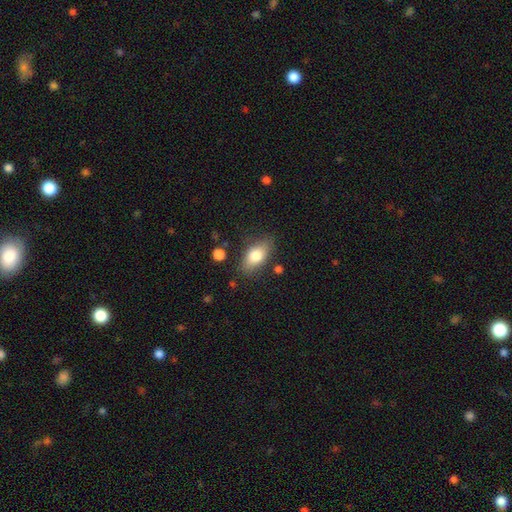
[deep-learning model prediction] The model was most divided on "smooth or featured": smooth: 78%, featured or disk: 15%, star or artifact: 7%. More confident: how rounded — in between (87%); merging — none (79%).